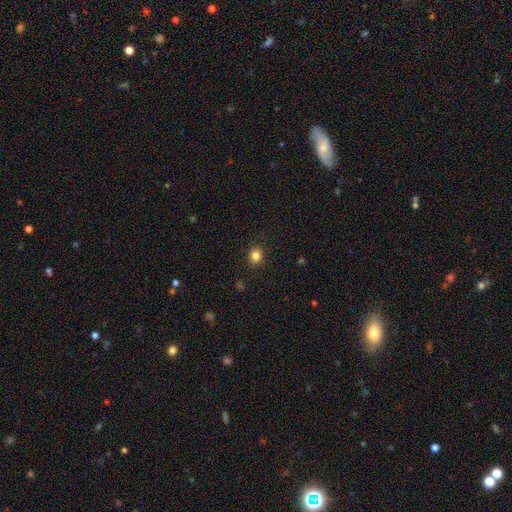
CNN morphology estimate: Smooth or featured? Predicted: smooth (p=0.83). How rounded? Predicted: round (p=0.79). Merging? Predicted: none (p=0.90).